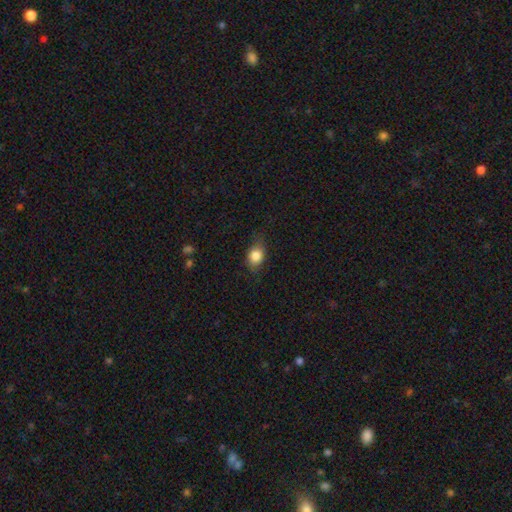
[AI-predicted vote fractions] Smooth or featured? smooth (82%)
How rounded? in between (62%)
Merging? none (70%)